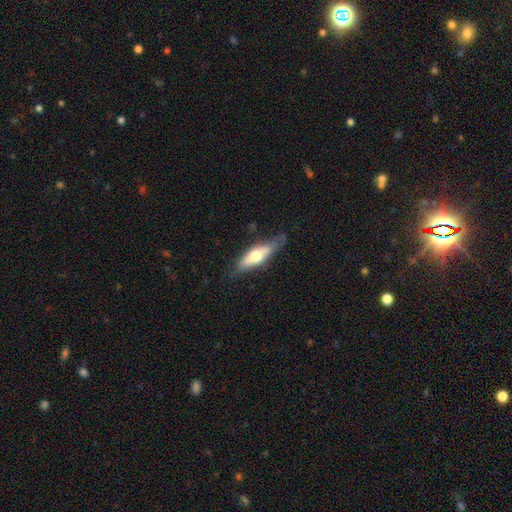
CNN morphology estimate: smooth-or-featured: smooth: 54% | featured or disk: 41% | star or artifact: 5%
  how-rounded: in between: 50% | cigar-shaped: 48% | round: 2%
  merging: none: 67% | minor disturbance: 25% | major disturbance: 6% | merger: 2%